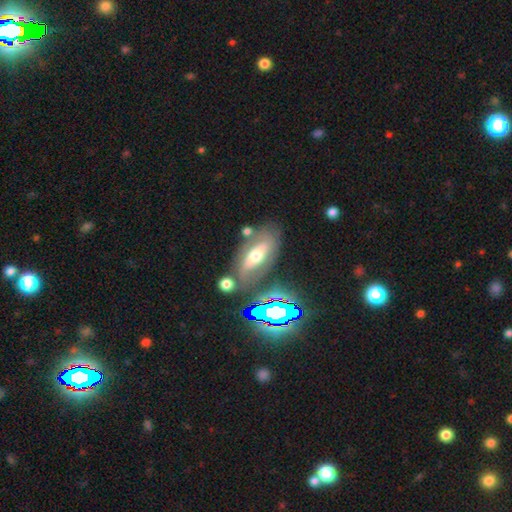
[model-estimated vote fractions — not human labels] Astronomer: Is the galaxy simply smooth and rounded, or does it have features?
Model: featured or disk — 48% (runner-up: smooth, 37%).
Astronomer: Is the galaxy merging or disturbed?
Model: none — 67%.